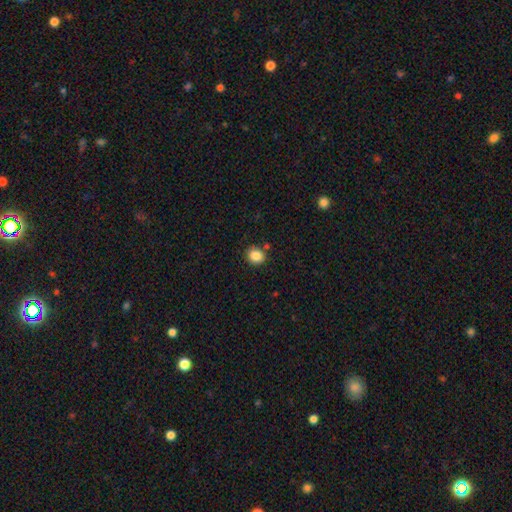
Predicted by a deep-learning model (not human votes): This appears to be a smooth galaxy with no disk features (87%) that is round (71%). Merging: none (83%).